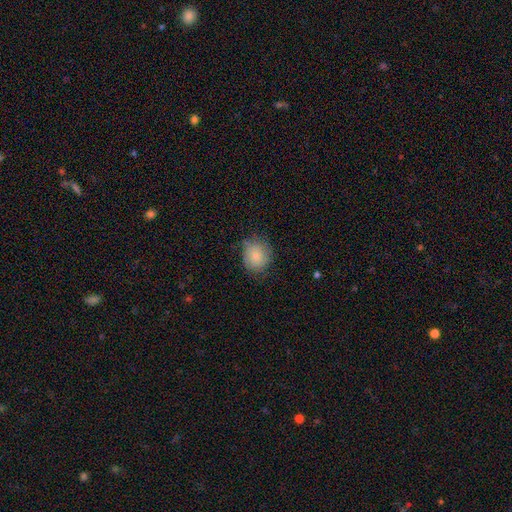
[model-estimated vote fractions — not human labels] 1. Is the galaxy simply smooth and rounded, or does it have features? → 80% smooth, 12% featured or disk, 8% star or artifact.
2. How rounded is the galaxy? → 78% round, 21% in between, 1% cigar-shaped.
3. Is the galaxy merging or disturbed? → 66% none, 27% minor disturbance, 6% major disturbance, 1% merger.